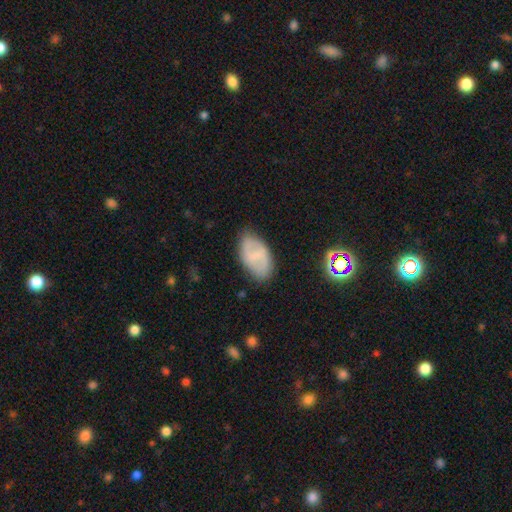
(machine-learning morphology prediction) A smooth galaxy with no disk features (49%). Merging: none (77%).